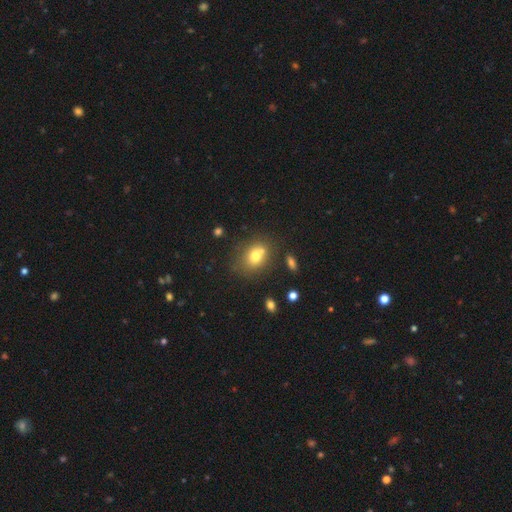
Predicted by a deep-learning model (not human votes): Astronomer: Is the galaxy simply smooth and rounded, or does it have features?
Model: smooth — 71%.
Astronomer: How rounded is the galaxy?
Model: in between — 50% (runner-up: round, 48%).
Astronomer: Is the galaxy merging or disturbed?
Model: none — 56%.